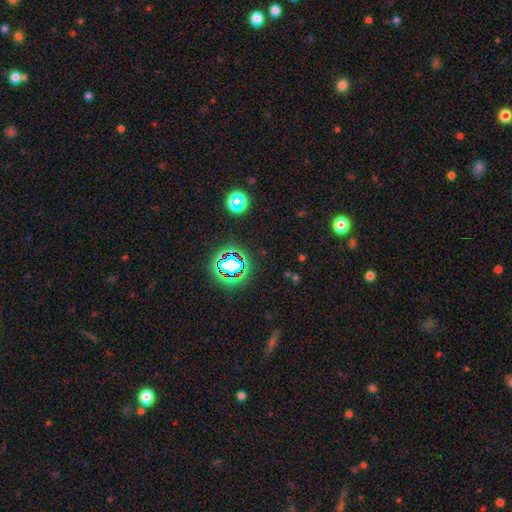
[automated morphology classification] A star or artifact, not a galaxy (75%).

Vote fractions:
- Smooth or featured? star or artifact: 75% / smooth: 16% / featured or disk: 9%